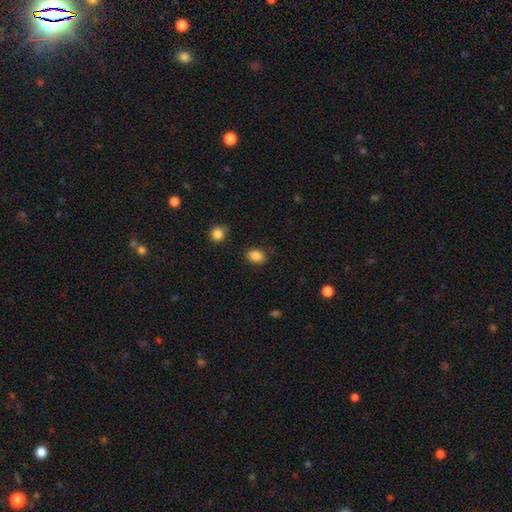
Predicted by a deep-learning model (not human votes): Q: Smooth or featured?
A: smooth (87%); runner-up: star or artifact (9%)
Q: How rounded?
A: in between (68%); runner-up: round (31%)
Q: Merging?
A: none (82%); runner-up: minor disturbance (12%)